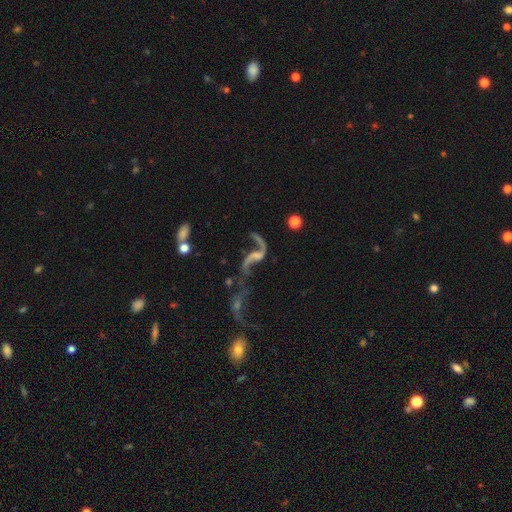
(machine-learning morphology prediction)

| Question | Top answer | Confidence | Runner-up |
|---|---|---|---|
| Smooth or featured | featured or disk | 85% | star or artifact (9%) |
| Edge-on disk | no | 95% | yes (5%) |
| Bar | no | 47% | weak (38%) |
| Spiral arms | yes | 91% | no (9%) |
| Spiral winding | loose | 91% | medium (7%) |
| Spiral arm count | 2 | 88% | 1 (7%) |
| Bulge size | small | 39% | none (37%) |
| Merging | none | 37% | merger (28%) |